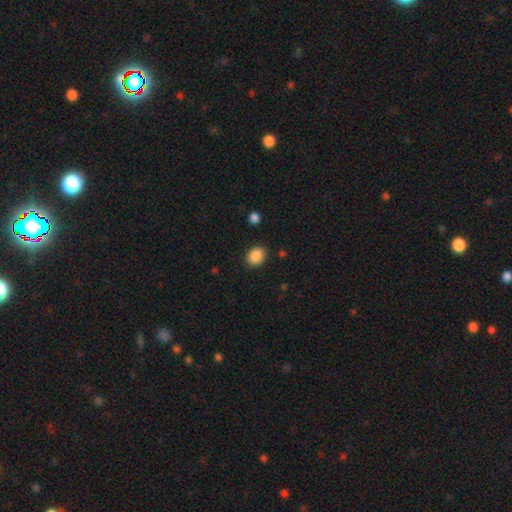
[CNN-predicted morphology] Smooth or featured?
  - smooth: 88% *
  - star or artifact: 9%
  - featured or disk: 3%
How rounded?
  - round: 52% *
  - in between: 47%
  - cigar-shaped: 1%
Merging?
  - none: 86% *
  - minor disturbance: 9%
  - major disturbance: 3%
  - merger: 2%